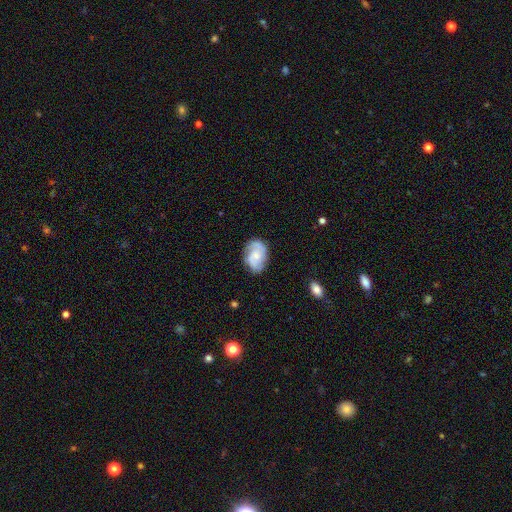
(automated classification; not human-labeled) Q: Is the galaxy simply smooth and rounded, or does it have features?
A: featured or disk — 64%.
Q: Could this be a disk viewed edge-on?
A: no — 97%.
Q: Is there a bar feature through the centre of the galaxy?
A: no — 65%.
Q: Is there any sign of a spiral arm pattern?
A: yes — 91%.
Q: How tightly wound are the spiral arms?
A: medium — 44%.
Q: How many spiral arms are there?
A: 2 — 65%.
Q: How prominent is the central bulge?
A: small — 49%.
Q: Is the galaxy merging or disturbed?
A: none — 71%.